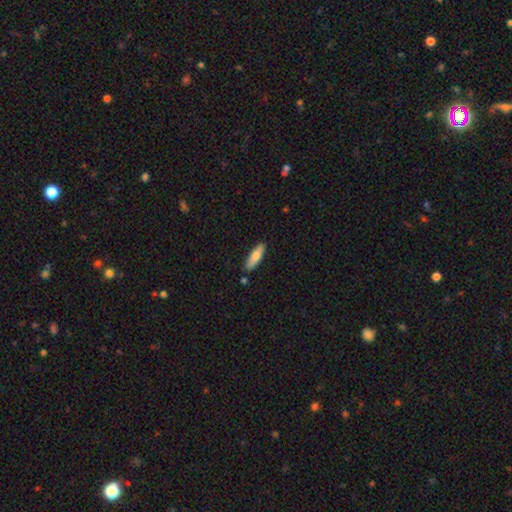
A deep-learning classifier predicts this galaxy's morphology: A smooth galaxy with no disk features (74%) that is cigar-shaped (61%). Merging: none (86%).